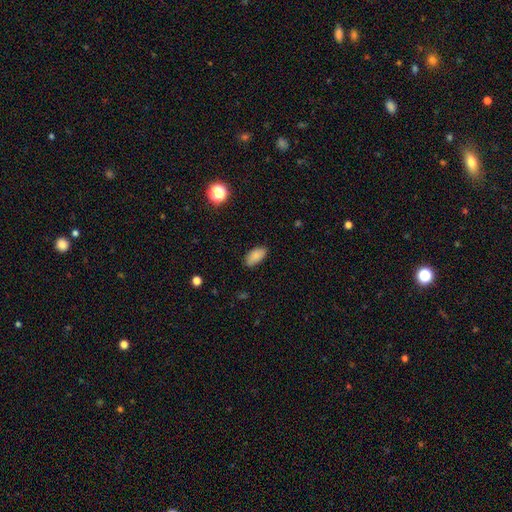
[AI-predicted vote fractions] Smooth or featured? smooth (86%)
How rounded? in between (92%)
Merging? none (84%)